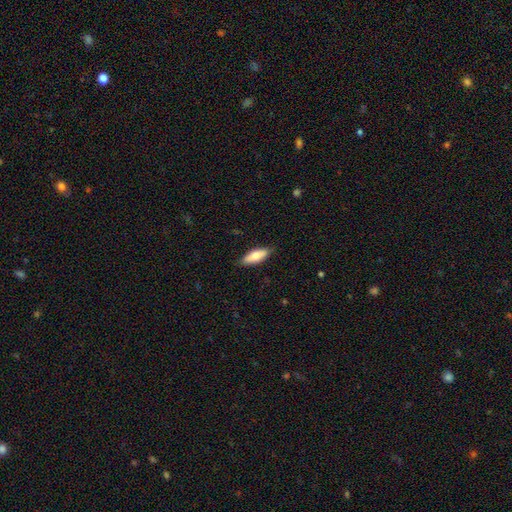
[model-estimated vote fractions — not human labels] smooth_or_featured: smooth (p=0.73) [alt: featured or disk p=0.21]
how_rounded: in between (p=0.64) [alt: cigar-shaped p=0.34]
merging: none (p=0.85) [alt: minor disturbance p=0.12]